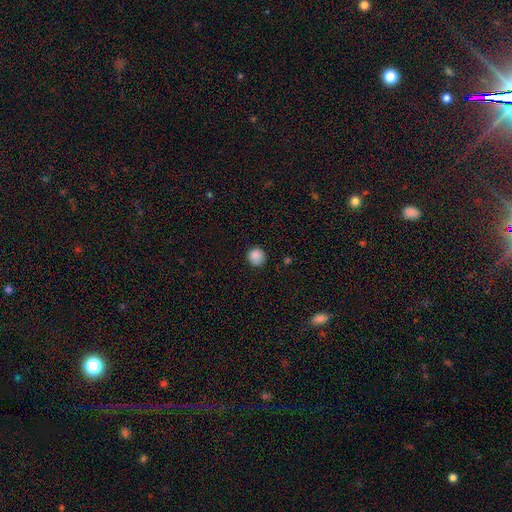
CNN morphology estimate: Smooth or featured? Predicted: smooth (p=0.87). How rounded? Predicted: round (p=0.92). Merging? Predicted: none (p=0.83).